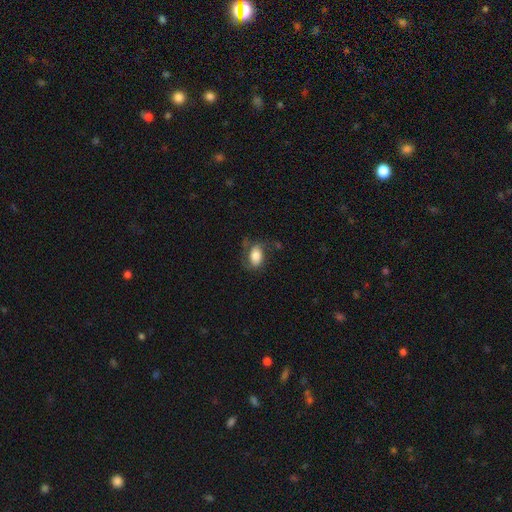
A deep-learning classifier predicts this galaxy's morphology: smooth 65%, featured or disk 27%, star or artifact 8%. Down the decision tree: how rounded — in between (84%); merging — none (51%).